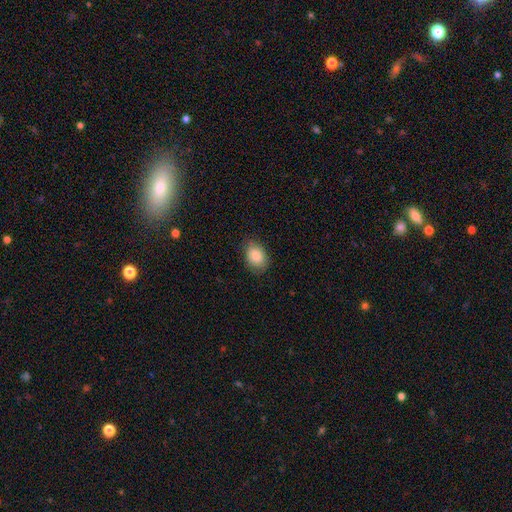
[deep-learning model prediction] This is clearly a smooth galaxy (86%). How rounded: likely in between (75%). Merging: clearly none (81%).